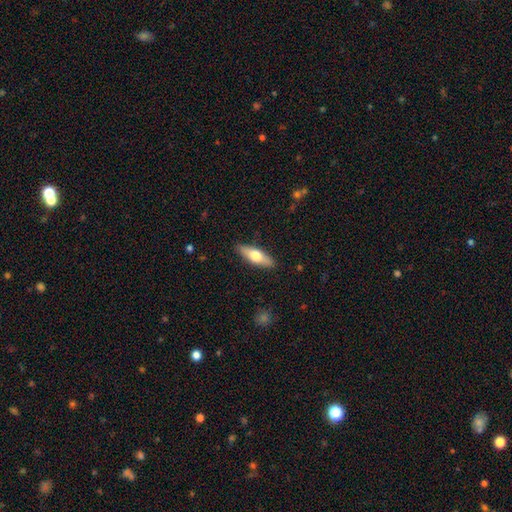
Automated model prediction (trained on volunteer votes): Smooth or featured? Predicted: smooth (p=0.56). How rounded? Predicted: in between (p=0.51). Merging? Predicted: none (p=0.88).